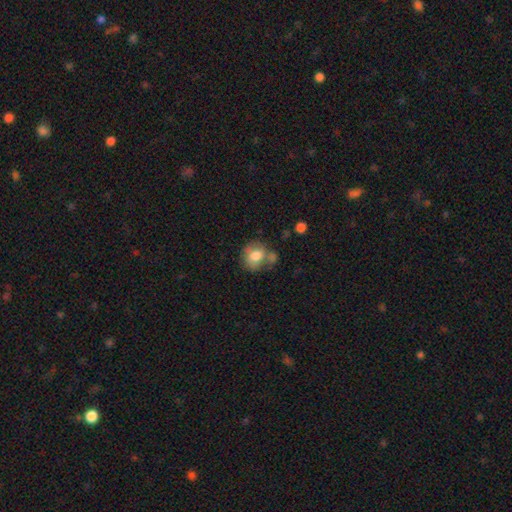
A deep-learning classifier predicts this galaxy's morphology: Overall: smooth (73%). How rounded: round (64%; in between 35%). Merging: none (49%; merger 23%).